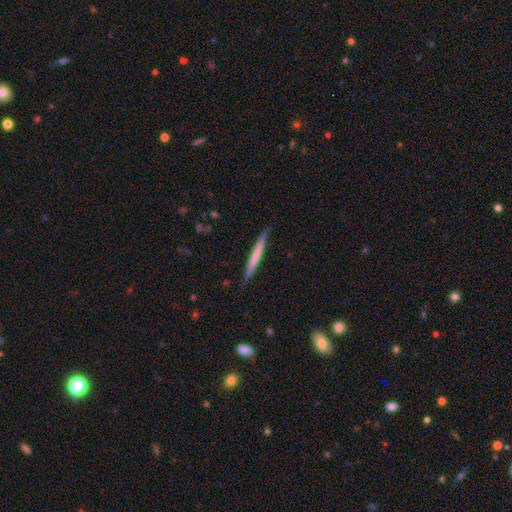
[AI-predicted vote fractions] Smooth or featured? Predicted: smooth (p=0.57). How rounded? Predicted: cigar-shaped (p=0.97). Merging? Predicted: none (p=0.84).